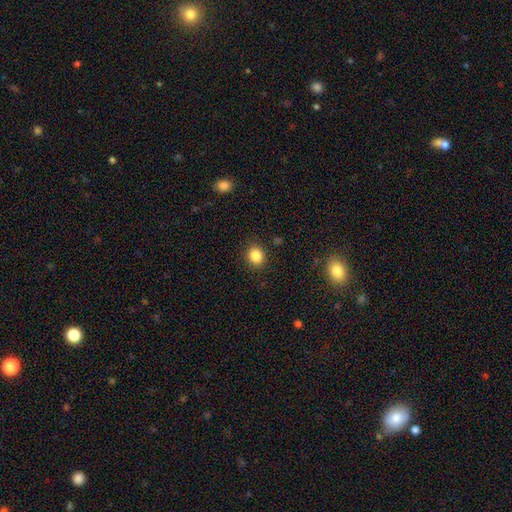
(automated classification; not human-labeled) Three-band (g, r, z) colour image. It shows a smooth galaxy with no disk features (85%) that is round (73%). Merging: none (88%).